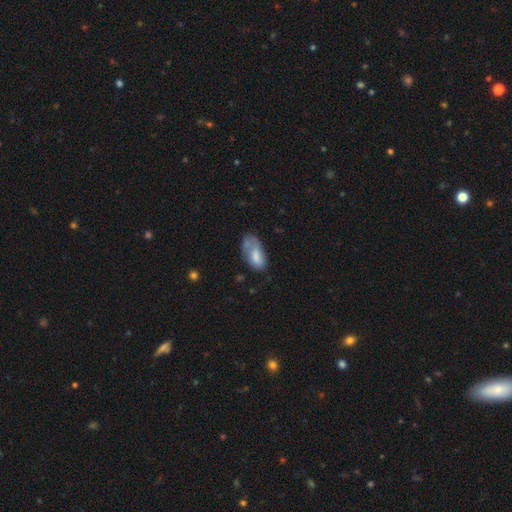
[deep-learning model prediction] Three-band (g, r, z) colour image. It shows a smooth galaxy with no disk features (69%) that is in between round and cigar-shaped (92%). Merging: none (36%).